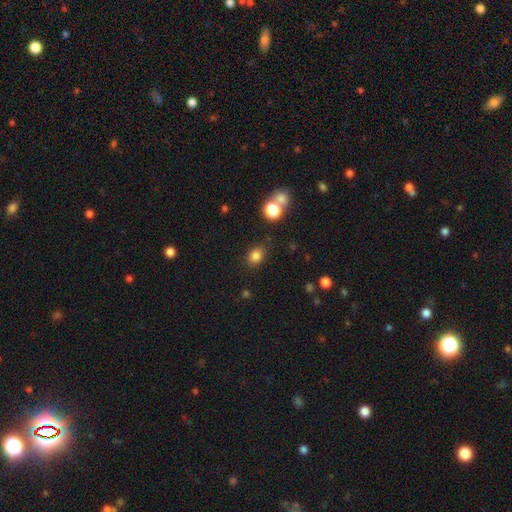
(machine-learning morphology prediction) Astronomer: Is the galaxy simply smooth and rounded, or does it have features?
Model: smooth — 81%.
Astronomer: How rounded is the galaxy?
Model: in between — 56% (runner-up: round, 43%).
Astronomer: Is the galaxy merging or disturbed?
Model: none — 80%.